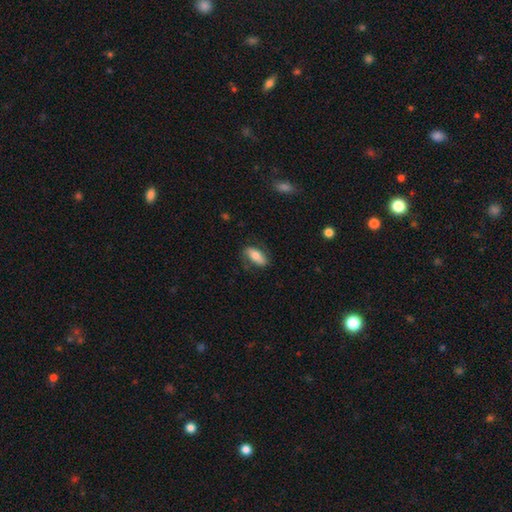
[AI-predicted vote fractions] Smooth or featured? Predicted: smooth (p=0.67). How rounded? Predicted: in between (p=0.80). Merging? Predicted: none (p=0.72).